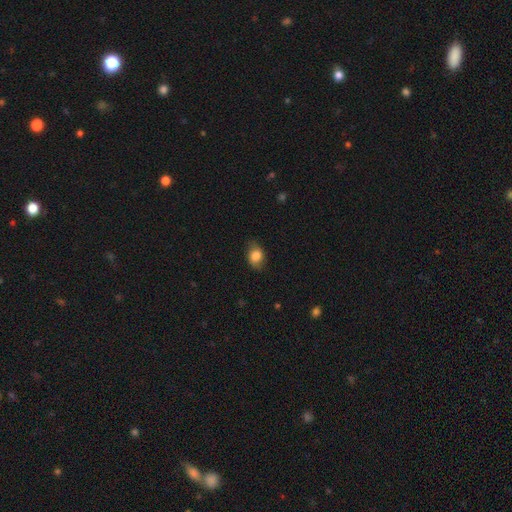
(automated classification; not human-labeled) A smooth galaxy with no disk features (80%) that is in between round and cigar-shaped (66%). Merging: none (73%).